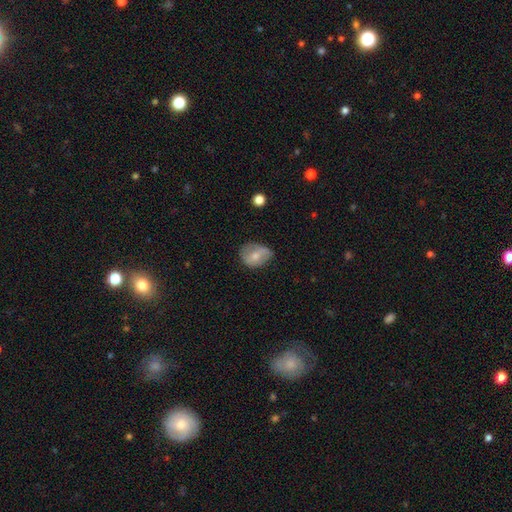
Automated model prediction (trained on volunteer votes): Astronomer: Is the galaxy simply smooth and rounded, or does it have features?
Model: smooth — 60%.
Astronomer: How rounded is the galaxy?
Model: in between — 60% (runner-up: round, 38%).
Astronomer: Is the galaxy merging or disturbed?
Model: none — 51% (runner-up: minor disturbance, 35%).